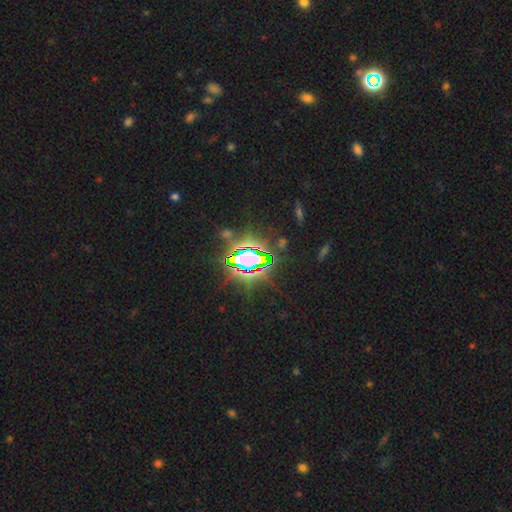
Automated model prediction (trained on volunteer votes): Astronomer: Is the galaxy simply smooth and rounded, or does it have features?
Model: star or artifact — 79%.